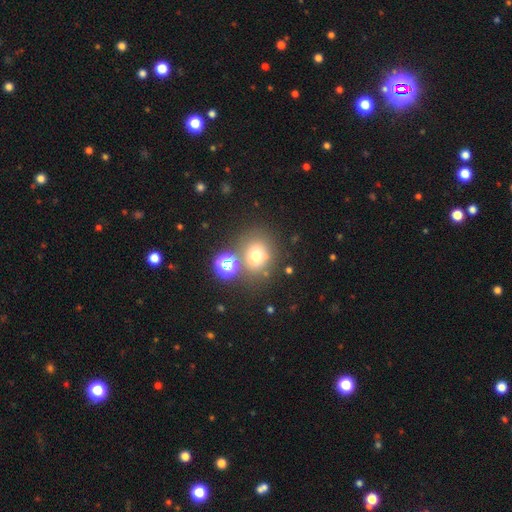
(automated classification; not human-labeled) Smooth or featured: smooth — 64% (star or artifact — 20%)
How rounded: round — 73% (in between — 27%)
Merging: none — 62% (merger — 18%)